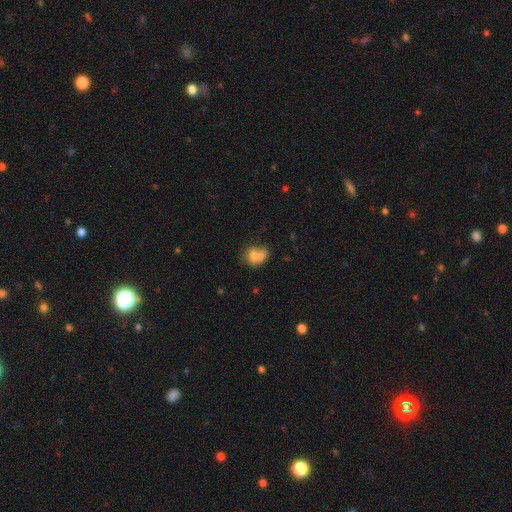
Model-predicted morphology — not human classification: smooth_or_featured: smooth (p=0.72) [alt: featured or disk p=0.19]
how_rounded: in between (p=0.53) [alt: round p=0.45]
merging: merger (p=0.52) [alt: none p=0.28]